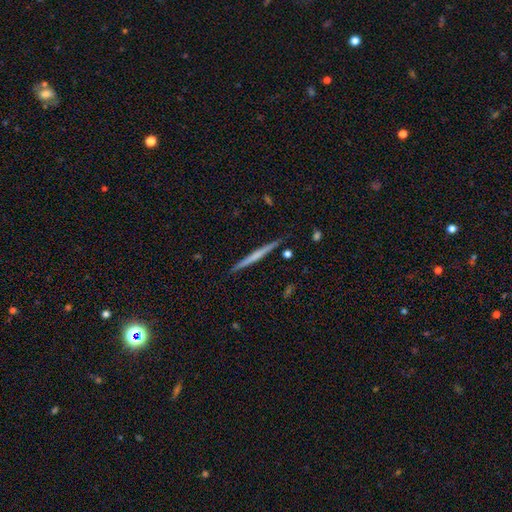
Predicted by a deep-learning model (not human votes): The model was most divided on "smooth or featured": featured or disk: 56%, smooth: 38%, star or artifact: 5%. More confident: edge-on disk — yes (98%); merging — none (90%); edge-on bulge — none (70%).